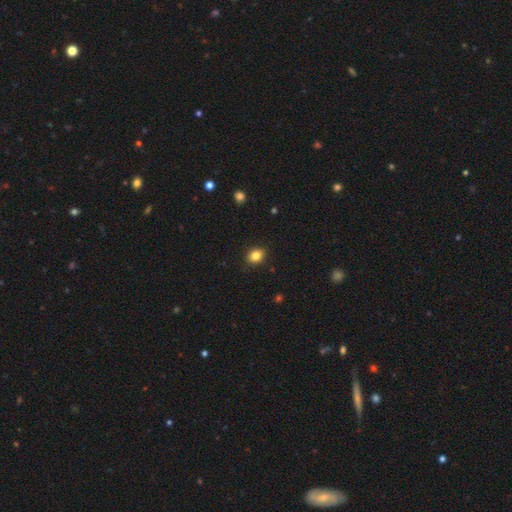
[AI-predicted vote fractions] Morphology: type=smooth (84%); roundness=in between (51%); merging=none (89%).